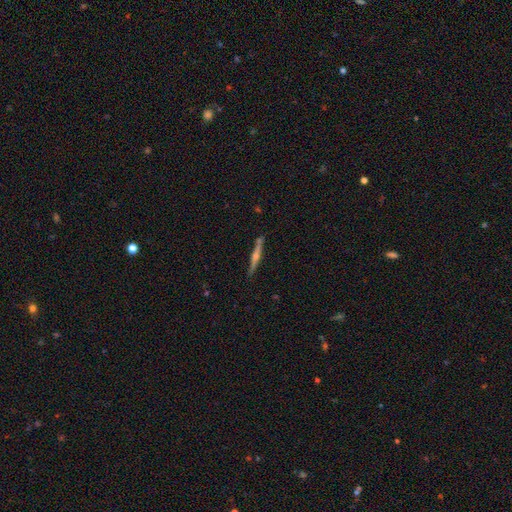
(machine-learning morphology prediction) This appears to be a featured or disk galaxy (71%) viewed edge-on (97%) with a rounded central bulge (80%). Merging: none (89%).